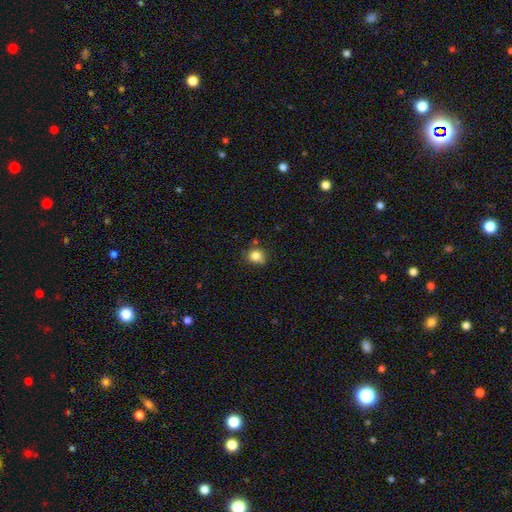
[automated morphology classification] This appears to be a smooth galaxy with no disk features (83%) that is round (71%). Merging: none (74%).